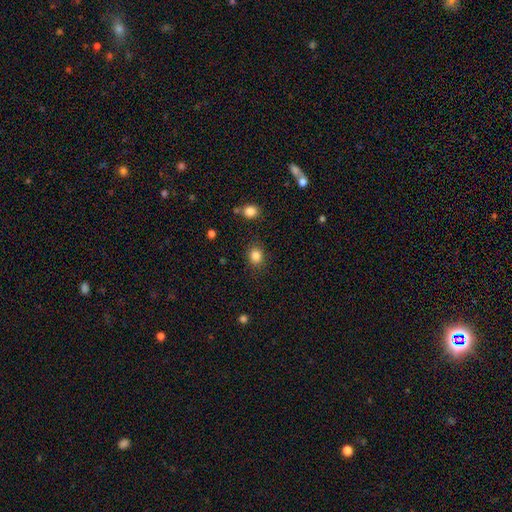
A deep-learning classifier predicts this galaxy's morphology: This is clearly a smooth galaxy (85%). How rounded: likely round (66%). Merging: clearly none (84%).